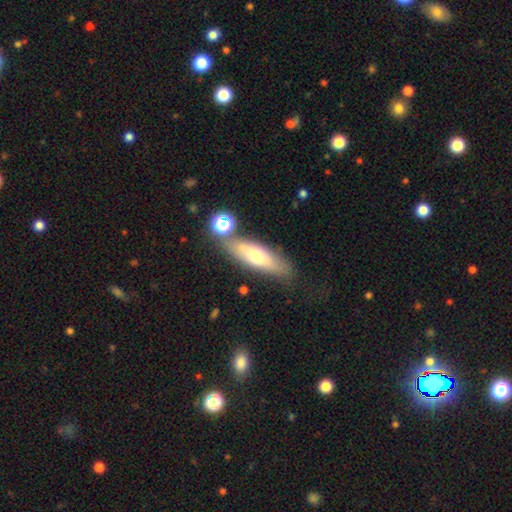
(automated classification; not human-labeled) Smooth or featured?
  - smooth: 57% *
  - featured or disk: 34%
  - star or artifact: 9%
How rounded?
  - cigar-shaped: 55% *
  - in between: 43%
  - round: 3%
Merging?
  - none: 70% *
  - minor disturbance: 15%
  - merger: 10%
  - major disturbance: 5%